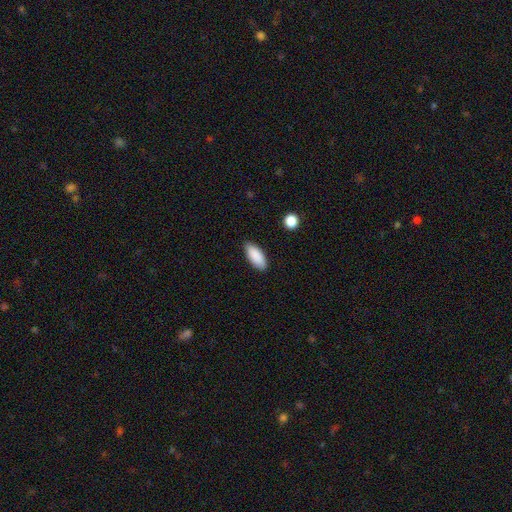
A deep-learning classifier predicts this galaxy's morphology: Smooth or featured? Predicted: smooth (p=0.90). How rounded? Predicted: in between (p=0.85). Merging? Predicted: none (p=0.86).